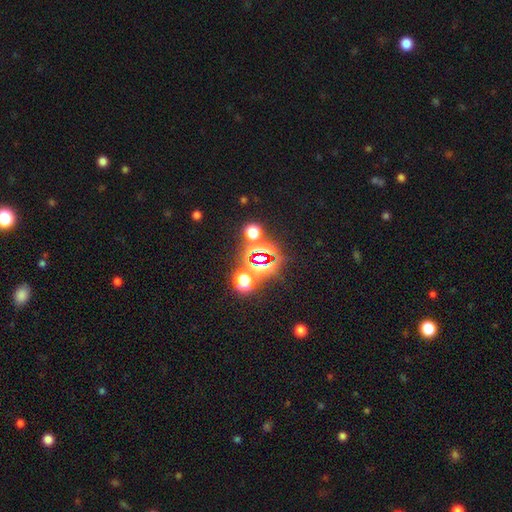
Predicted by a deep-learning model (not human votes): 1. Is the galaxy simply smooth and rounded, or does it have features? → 68% star or artifact, 23% smooth, 8% featured or disk.